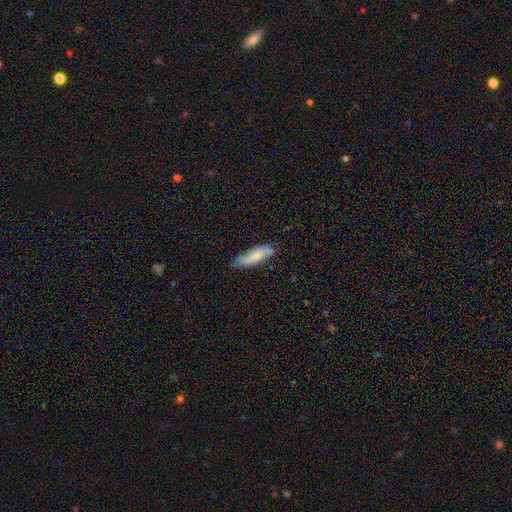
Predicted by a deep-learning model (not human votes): A smooth galaxy with no disk features (70%) that is cigar-shaped (59%). Merging: none (68%).